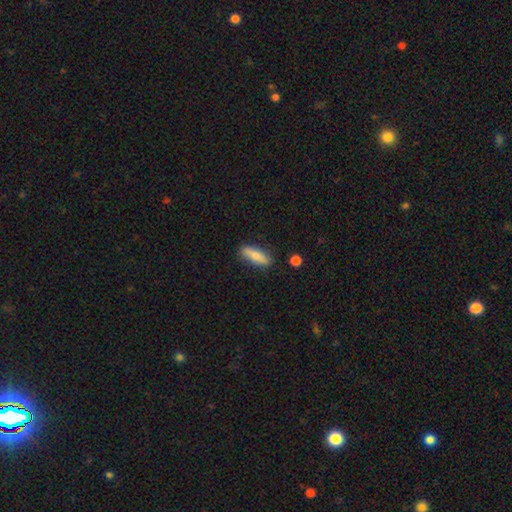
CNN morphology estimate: The model was most divided on "how rounded": in between: 49%, cigar-shaped: 48%, round: 3%. More confident: merging — none (84%); smooth or featured — smooth (73%).